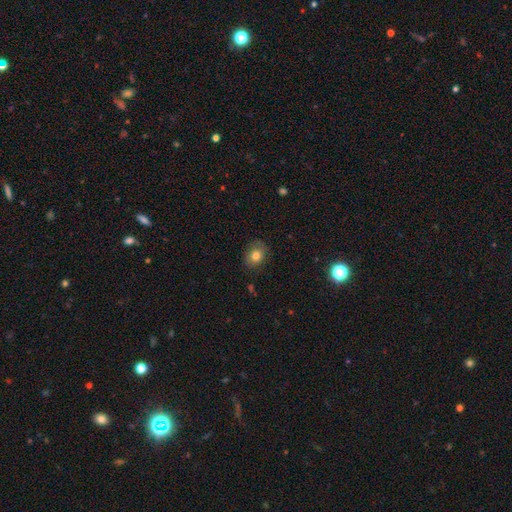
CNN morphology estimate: Q: Smooth or featured?
A: smooth (78%); runner-up: featured or disk (12%)
Q: How rounded?
A: round (53%); runner-up: in between (46%)
Q: Merging?
A: none (78%); runner-up: minor disturbance (16%)